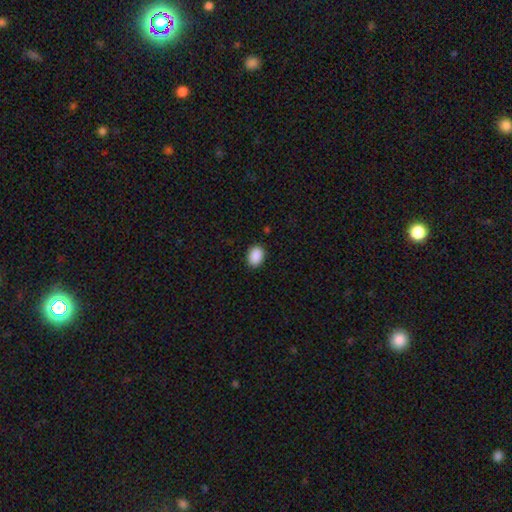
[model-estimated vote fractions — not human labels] Smooth or featured?
  - smooth: 90% *
  - star or artifact: 7%
  - featured or disk: 2%
How rounded?
  - in between: 75% *
  - round: 24%
  - cigar-shaped: 1%
Merging?
  - none: 89% *
  - minor disturbance: 8%
  - major disturbance: 2%
  - merger: 1%